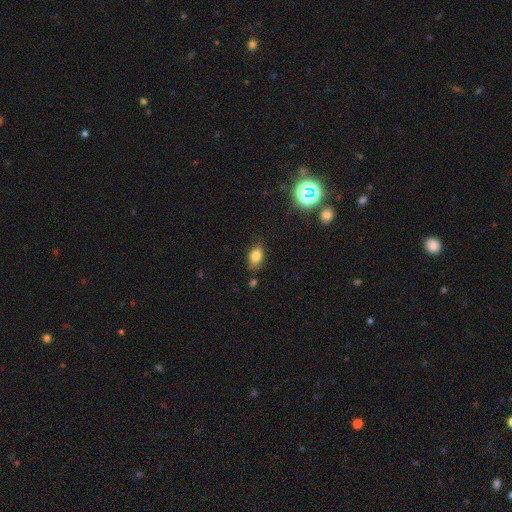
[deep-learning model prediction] smooth-or-featured: smooth: 78% | star or artifact: 12% | featured or disk: 10%
  how-rounded: in between: 83% | round: 13% | cigar-shaped: 3%
  merging: none: 77% | minor disturbance: 17% | major disturbance: 3% | merger: 3%